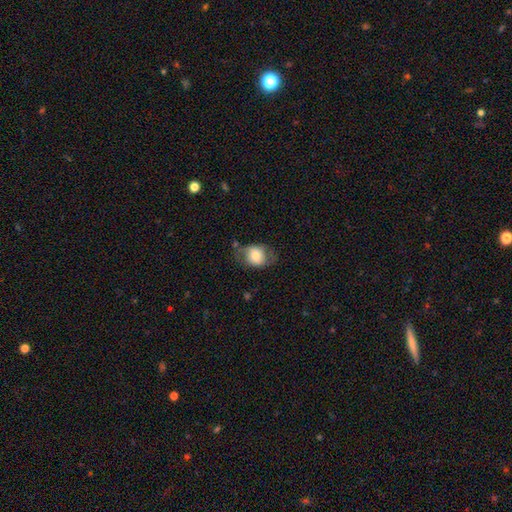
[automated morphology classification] A smooth galaxy with no disk features (66%) that is in between round and cigar-shaped (60%). Merging: none (59%).